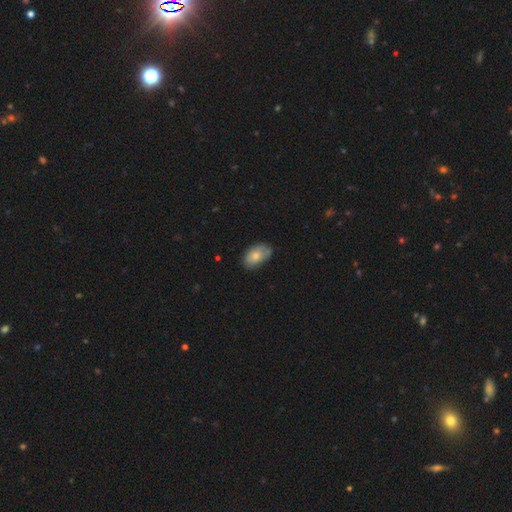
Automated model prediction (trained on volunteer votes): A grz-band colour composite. It shows a smooth galaxy with no disk features (72%) that is in between round and cigar-shaped (91%). Merging: none (67%).